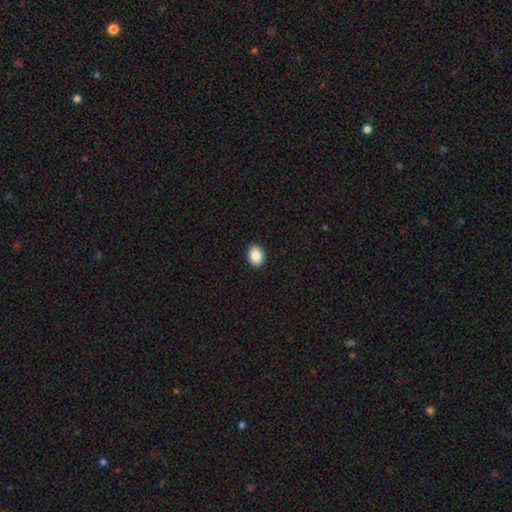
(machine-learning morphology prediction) A smooth galaxy with no disk features (88%) that is in between round and cigar-shaped (72%).

Vote fractions:
- Smooth or featured? smooth: 88% / star or artifact: 8% / featured or disk: 4%
- How rounded? in between: 72% / round: 27% / cigar-shaped: 1%
- Merging? none: 91% / minor disturbance: 6% / major disturbance: 2% / merger: 1%